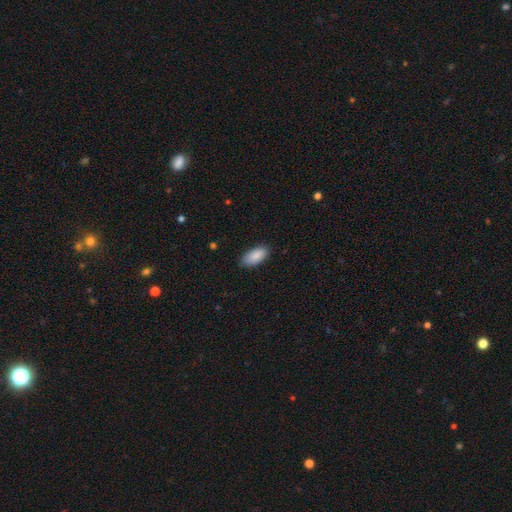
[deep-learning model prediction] Smooth or featured: smooth — 89% (star or artifact — 6%)
How rounded: in between — 91% (cigar-shaped — 7%)
Merging: none — 84% (minor disturbance — 13%)